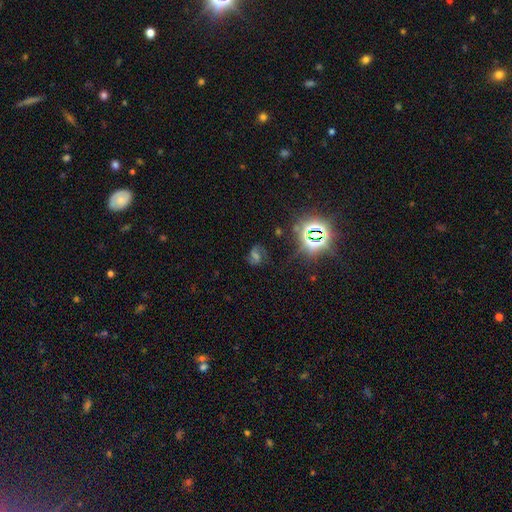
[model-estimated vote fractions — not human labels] A star or artifact, not a galaxy (45%).

Vote fractions:
- Smooth or featured? star or artifact: 45% / featured or disk: 36% / smooth: 19%